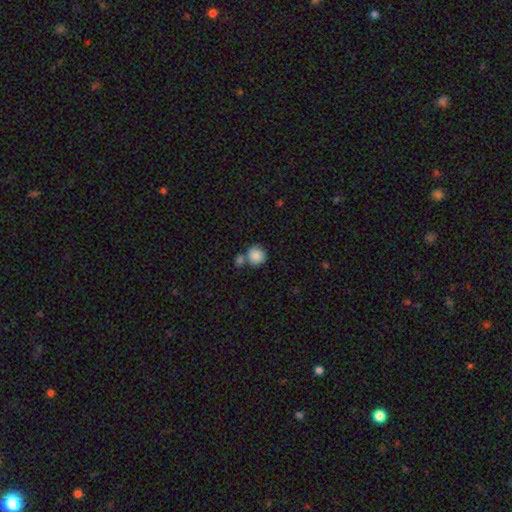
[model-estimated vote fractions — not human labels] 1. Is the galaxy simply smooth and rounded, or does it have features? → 87% smooth, 8% star or artifact, 5% featured or disk.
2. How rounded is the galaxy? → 90% round, 9% in between, 1% cigar-shaped.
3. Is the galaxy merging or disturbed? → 55% none, 31% merger, 10% minor disturbance, 4% major disturbance.